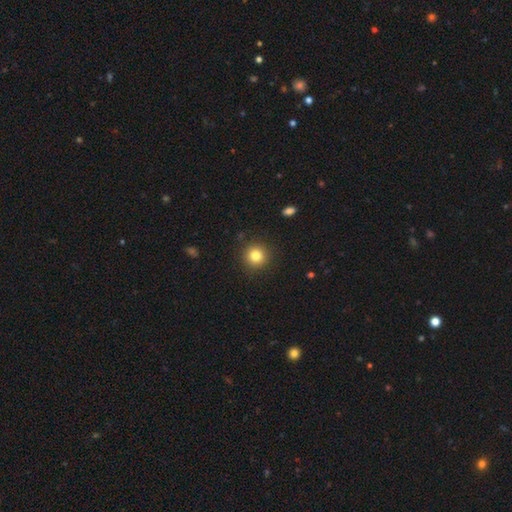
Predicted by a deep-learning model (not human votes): Smooth or featured? Predicted: smooth (p=0.82). How rounded? Predicted: round (p=0.93). Merging? Predicted: none (p=0.90).